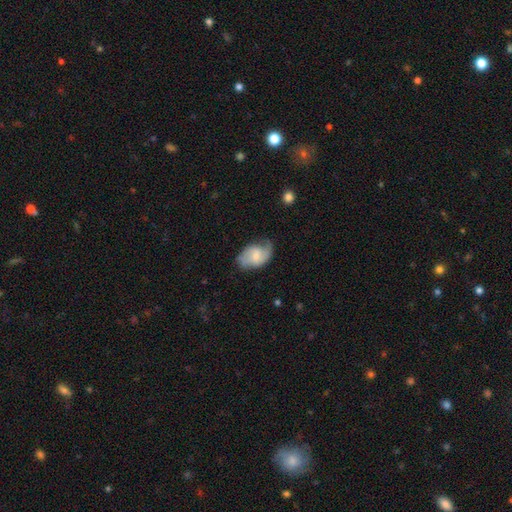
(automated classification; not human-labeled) A featured or disk galaxy (62%) with a weak bar (50%), 2 (78%) medium (45%) spiral arms (90%) and a small central bulge (44%). Merging: none (61%).